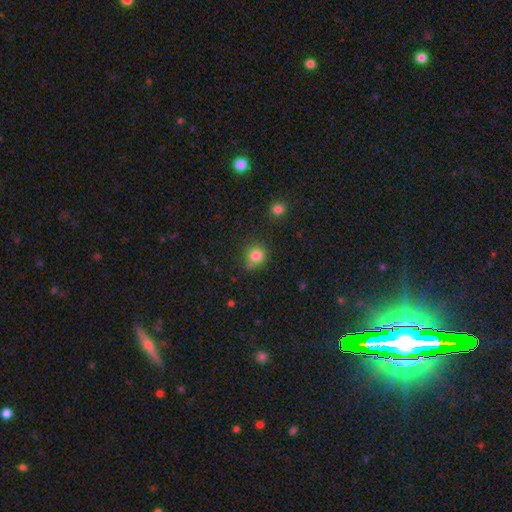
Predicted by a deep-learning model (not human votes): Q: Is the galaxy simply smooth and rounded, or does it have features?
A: smooth — 83%.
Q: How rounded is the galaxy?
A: round — 86%.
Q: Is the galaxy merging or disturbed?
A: none — 77%.